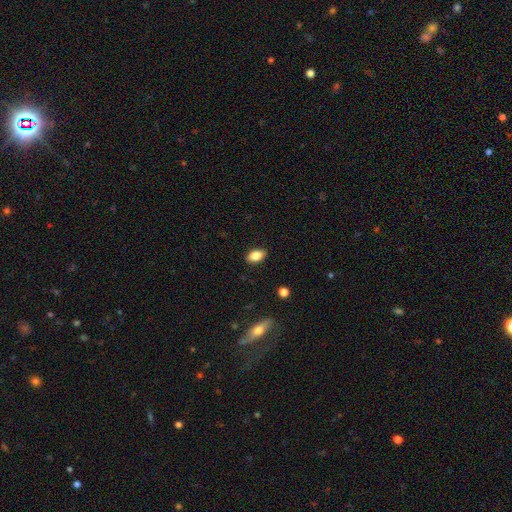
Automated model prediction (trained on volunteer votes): A smooth galaxy with no disk features (84%) that is in between round and cigar-shaped (90%). Merging: none (88%).